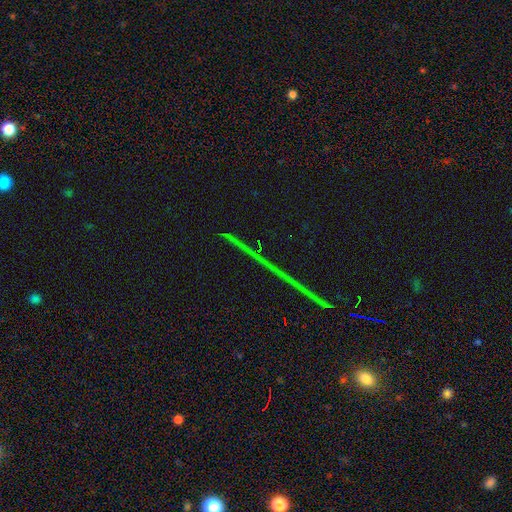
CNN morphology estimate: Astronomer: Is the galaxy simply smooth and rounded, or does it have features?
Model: star or artifact — 69%.